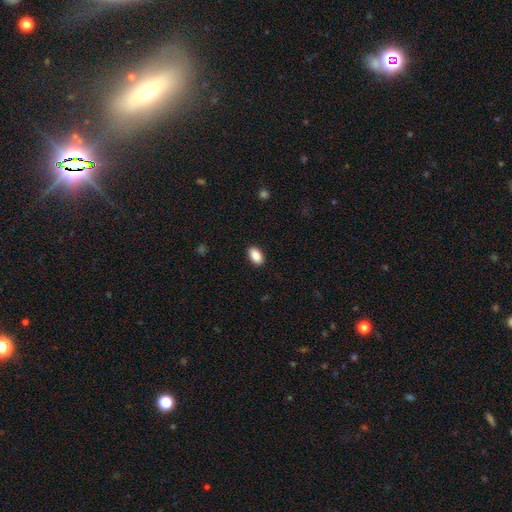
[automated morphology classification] type=smooth (90%); roundness=in between (93%); merging=none (89%).